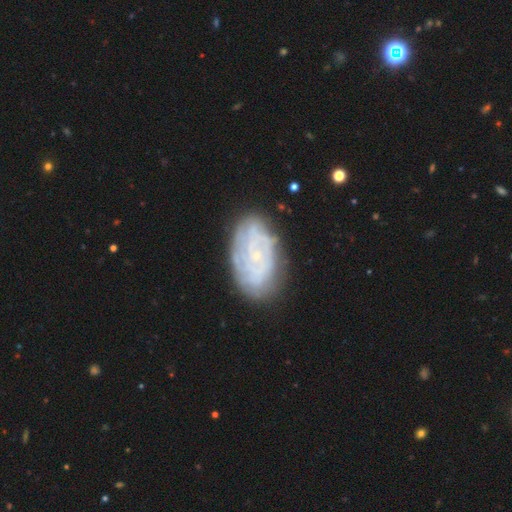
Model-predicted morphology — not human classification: A featured or disk galaxy (71%) with no bar (79%), tight (70%) spiral arms (76%) and a small central bulge (81%). Merging: none (74%).